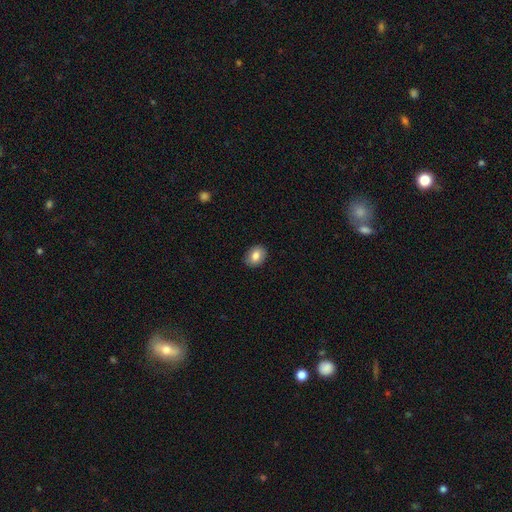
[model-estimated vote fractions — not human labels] Morphology: type=smooth (83%); roundness=in between (66%); merging=none (88%).